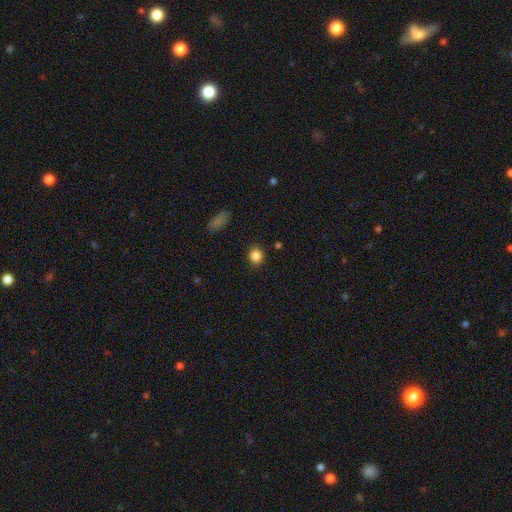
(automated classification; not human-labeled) This appears to be a smooth galaxy with no disk features (85%) that is round (79%). Merging: none (89%).